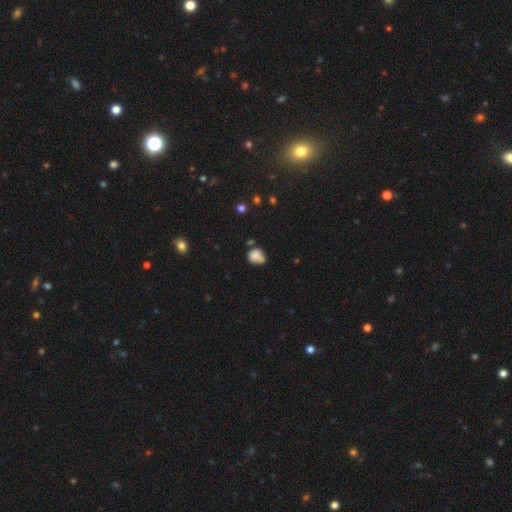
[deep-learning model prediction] Smooth or featured: smooth — 81% (star or artifact — 10%)
How rounded: round — 71% (in between — 28%)
Merging: none — 49% (minor disturbance — 32%)